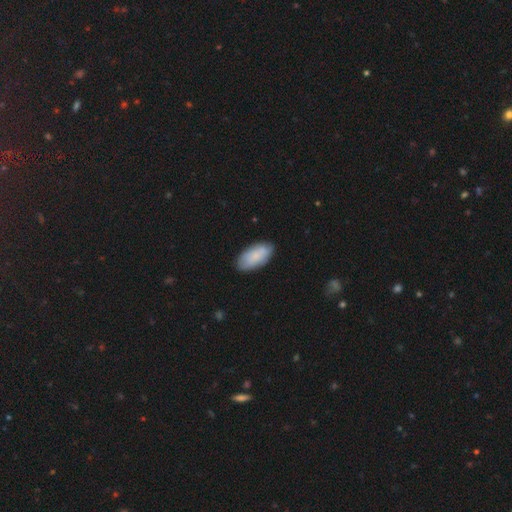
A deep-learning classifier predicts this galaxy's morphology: smooth 83%, featured or disk 11%, star or artifact 6%. Down the decision tree: how rounded — in between (94%); merging — none (83%).